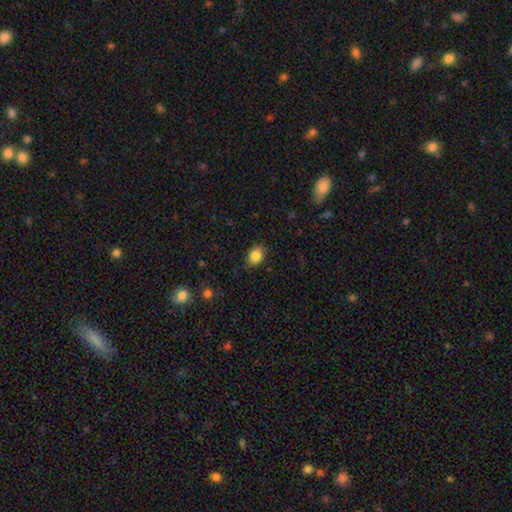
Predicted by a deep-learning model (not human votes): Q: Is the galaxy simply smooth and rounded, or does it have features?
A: smooth — 86%.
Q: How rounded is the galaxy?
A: in between — 71%.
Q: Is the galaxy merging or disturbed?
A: none — 86%.